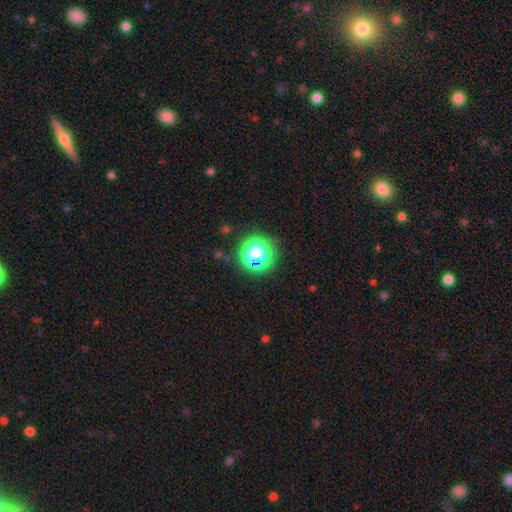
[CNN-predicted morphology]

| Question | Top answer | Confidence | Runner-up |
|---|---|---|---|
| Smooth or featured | star or artifact | 74% | smooth (21%) |